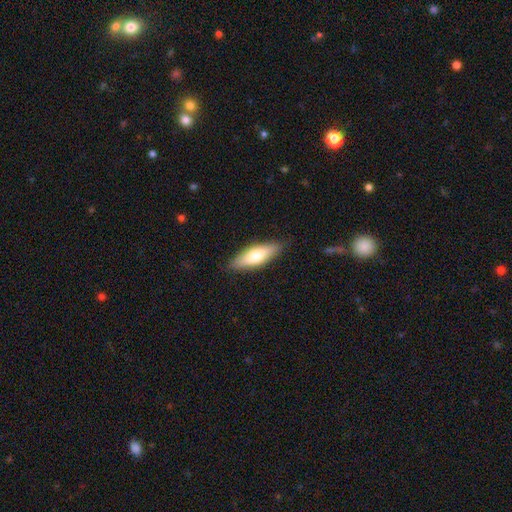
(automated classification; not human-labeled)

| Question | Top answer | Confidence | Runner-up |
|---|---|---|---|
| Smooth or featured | smooth | 68% | featured or disk (26%) |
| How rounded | in between | 50% | cigar-shaped (48%) |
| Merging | none | 86% | minor disturbance (11%) |